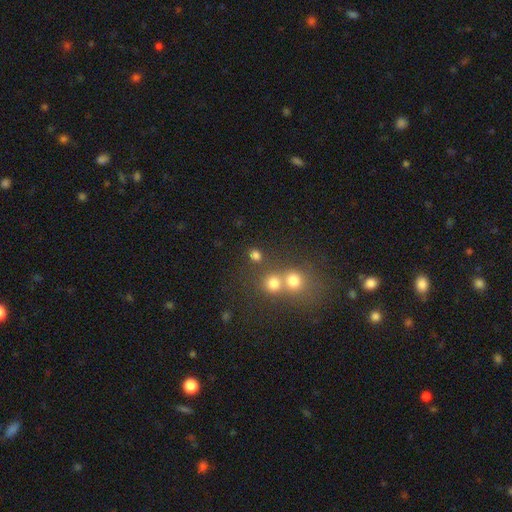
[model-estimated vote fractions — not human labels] Smooth or featured? Predicted: smooth (p=0.76). How rounded? Predicted: round (p=0.78). Merging? Predicted: none (p=0.59).